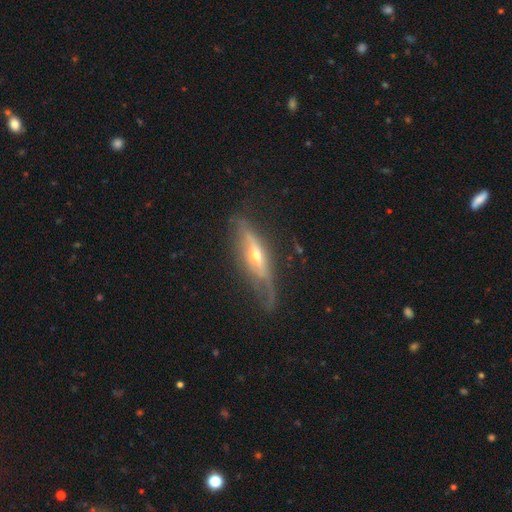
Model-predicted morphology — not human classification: smooth-or-featured: featured or disk: 75% | smooth: 19% | star or artifact: 6%
  disk-edge-on: yes: 77% | no: 23%
    edge-on-bulge: rounded: 87% | none: 8% | boxy: 4%
  merging: none: 61% | minor disturbance: 26% | major disturbance: 11% | merger: 2%